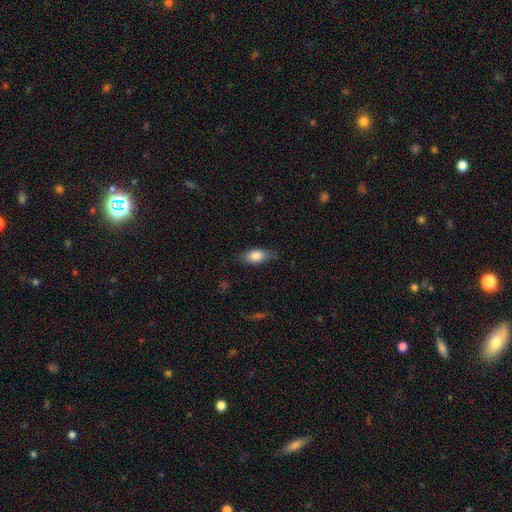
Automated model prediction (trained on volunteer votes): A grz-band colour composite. It shows a smooth galaxy with no disk features (81%) that is in between round and cigar-shaped (85%). Merging: none (78%).